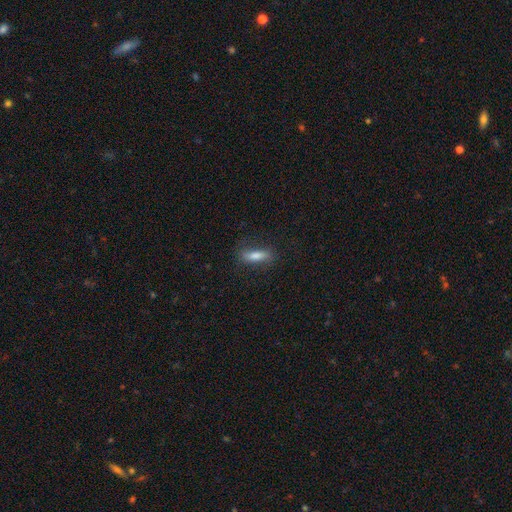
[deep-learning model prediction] Overall: smooth (73%). How rounded: cigar-shaped (52%; in between 45%). Merging: none (76%).